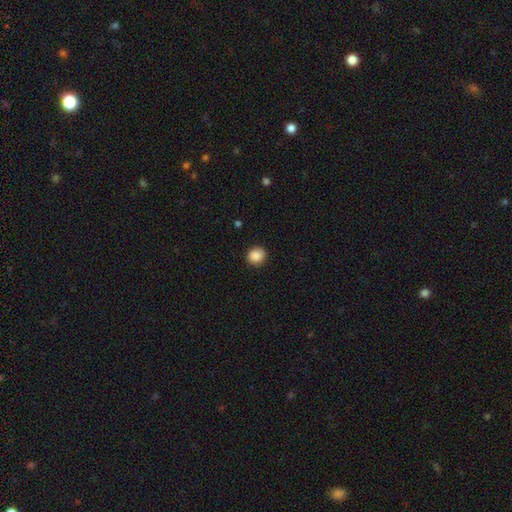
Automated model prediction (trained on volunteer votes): This is clearly a smooth galaxy (88%). How rounded: clearly round (87%). Merging: clearly none (89%).